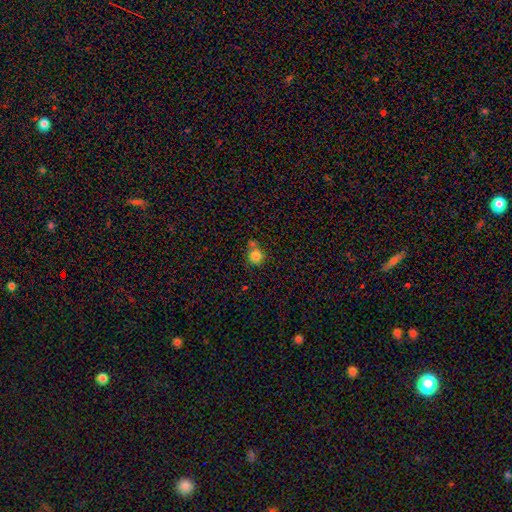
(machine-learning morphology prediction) Smooth or featured?
  - smooth: 83% *
  - star or artifact: 11%
  - featured or disk: 6%
How rounded?
  - round: 89% *
  - in between: 10%
  - cigar-shaped: 1%
Merging?
  - none: 56% *
  - merger: 27%
  - minor disturbance: 13%
  - major disturbance: 4%